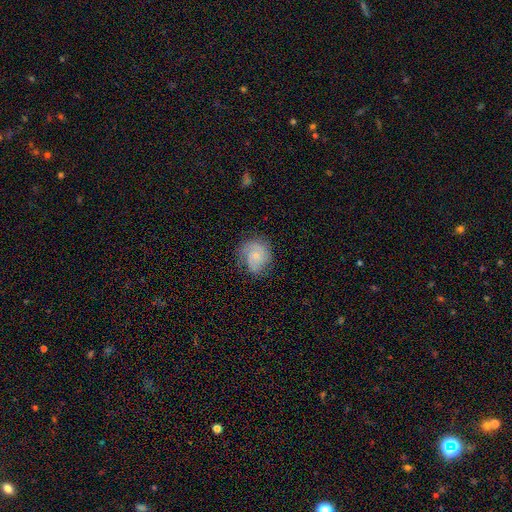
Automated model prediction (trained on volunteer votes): The model was most divided on "smooth or featured": featured or disk: 54%, smooth: 38%, star or artifact: 8%. More confident: edge-on disk — no (98%); spiral arms — yes (89%); bar — no (73%); merging — none (69%); bulge size — small (66%).